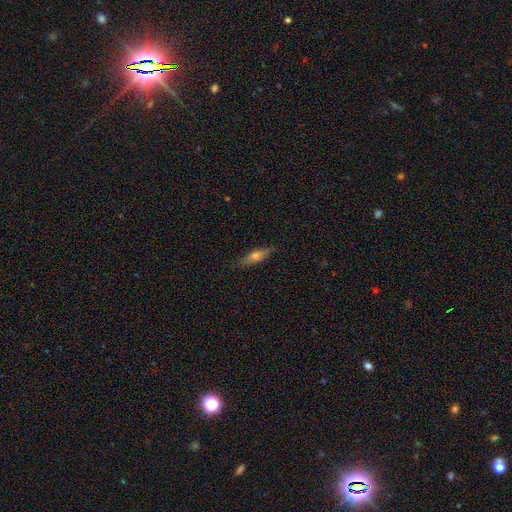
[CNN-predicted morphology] Smooth or featured: featured or disk — 48% (smooth — 45%)
Merging: none — 86% (minor disturbance — 11%)